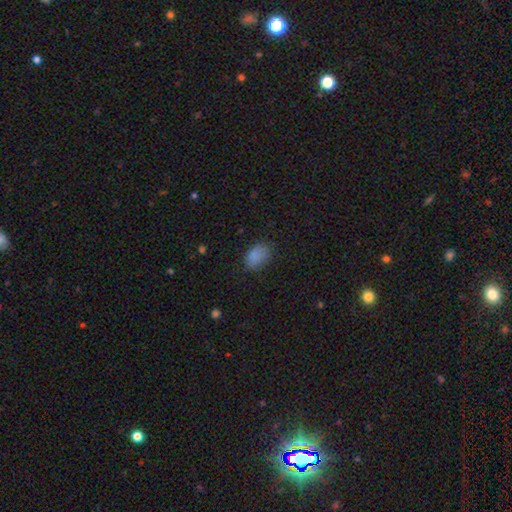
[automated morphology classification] Q: Smooth or featured?
A: smooth (82%); runner-up: star or artifact (12%)
Q: How rounded?
A: in between (84%); runner-up: round (15%)
Q: Merging?
A: none (71%); runner-up: minor disturbance (21%)